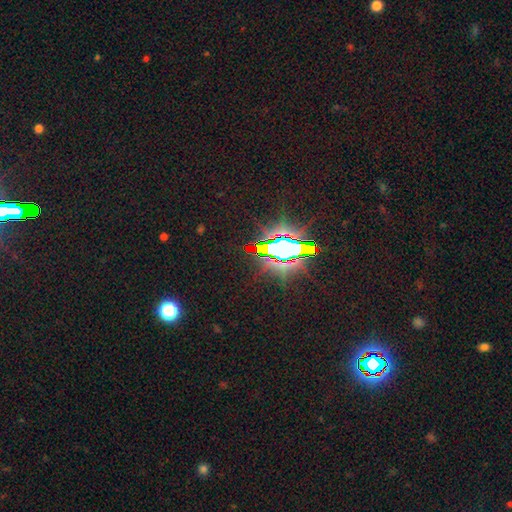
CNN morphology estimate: star or artifact 84%, smooth 8%, featured or disk 8%.